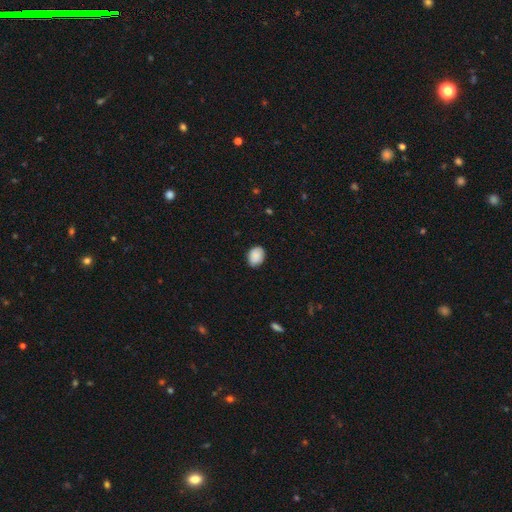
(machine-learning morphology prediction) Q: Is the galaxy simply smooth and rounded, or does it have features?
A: smooth — 89%.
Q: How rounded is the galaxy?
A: in between — 64%.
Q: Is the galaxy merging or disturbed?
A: none — 82%.